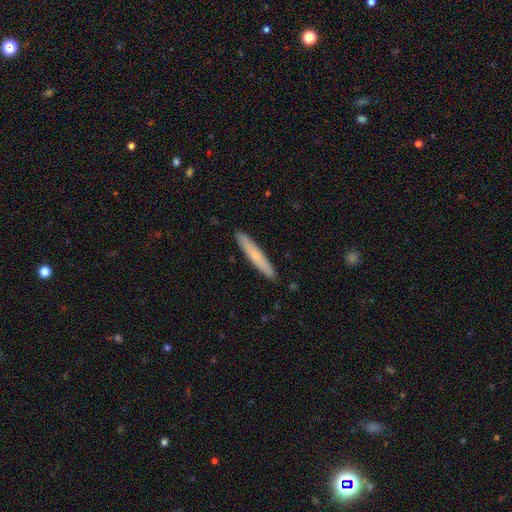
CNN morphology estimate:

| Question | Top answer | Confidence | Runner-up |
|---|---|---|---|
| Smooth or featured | smooth | 63% | featured or disk (31%) |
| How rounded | cigar-shaped | 94% | in between (4%) |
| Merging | none | 91% | minor disturbance (7%) |